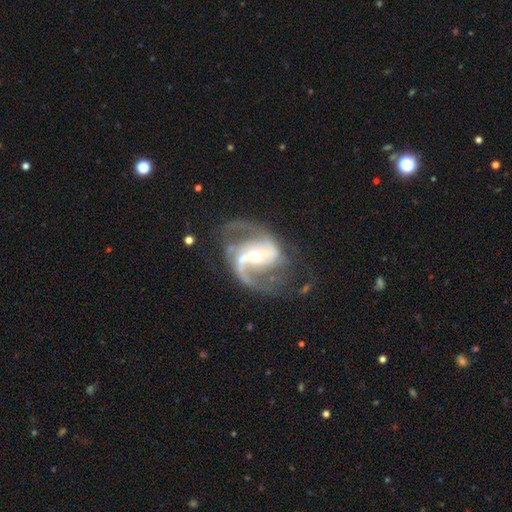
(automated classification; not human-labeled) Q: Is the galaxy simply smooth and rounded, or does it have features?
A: featured or disk — 91%.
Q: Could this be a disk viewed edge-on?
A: no — 98%.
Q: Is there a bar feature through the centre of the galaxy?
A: strong — 36%.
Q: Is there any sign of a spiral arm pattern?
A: yes — 97%.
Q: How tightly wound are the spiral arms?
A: medium — 53%.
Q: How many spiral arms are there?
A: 2 — 85%.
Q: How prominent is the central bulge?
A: small — 58%.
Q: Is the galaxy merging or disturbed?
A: none — 63%.